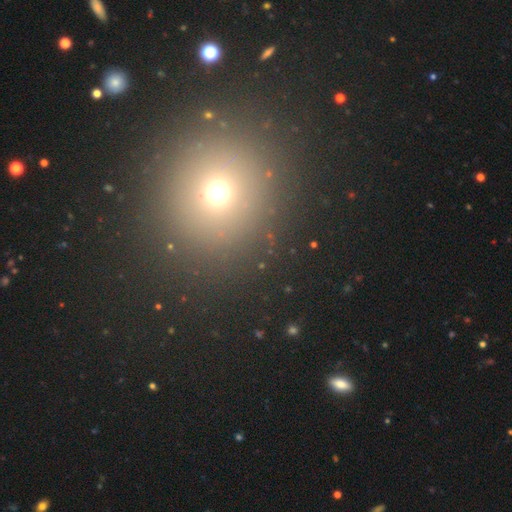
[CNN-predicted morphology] Smooth or featured? Predicted: smooth (p=0.60). How rounded? Predicted: round (p=0.93). Merging? Predicted: none (p=0.91).